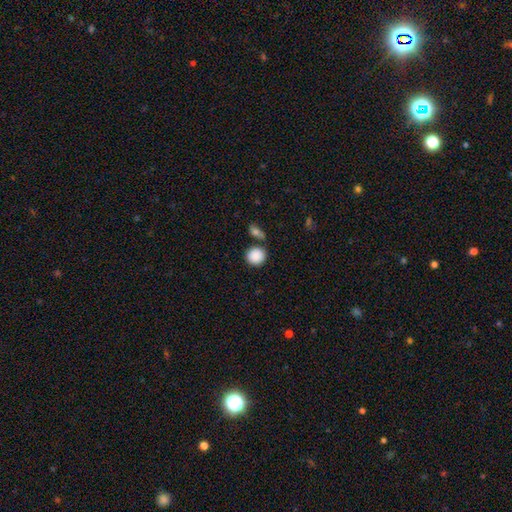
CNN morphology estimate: This is clearly a smooth galaxy (89%). How rounded: clearly round (88%). Merging: likely none (75%).